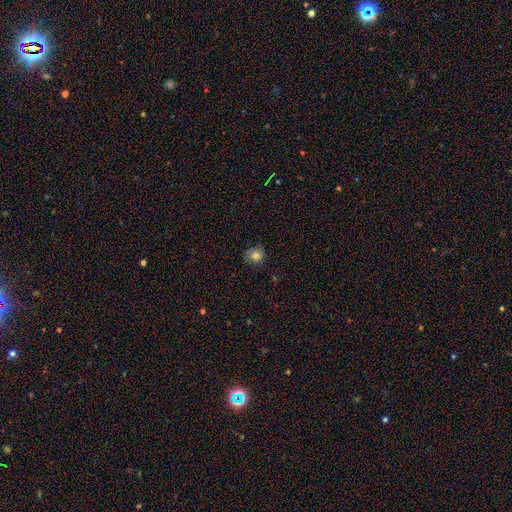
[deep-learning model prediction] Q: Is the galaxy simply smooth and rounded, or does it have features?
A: smooth — 78%.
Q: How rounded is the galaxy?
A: round — 79%.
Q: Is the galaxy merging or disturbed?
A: none — 72%.